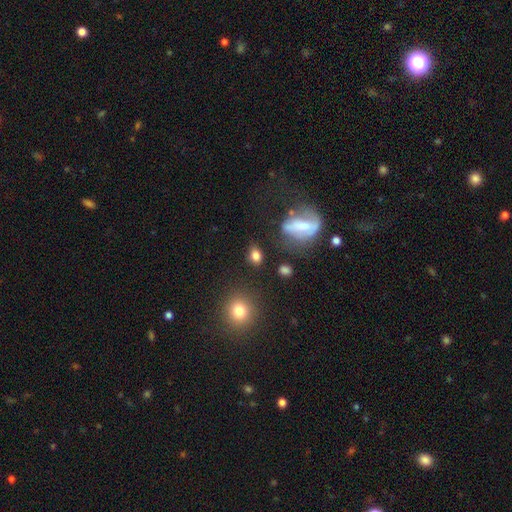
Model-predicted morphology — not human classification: smooth 79%, star or artifact 12%, featured or disk 9%. Down the decision tree: how rounded — in between (63%); merging — none (72%).